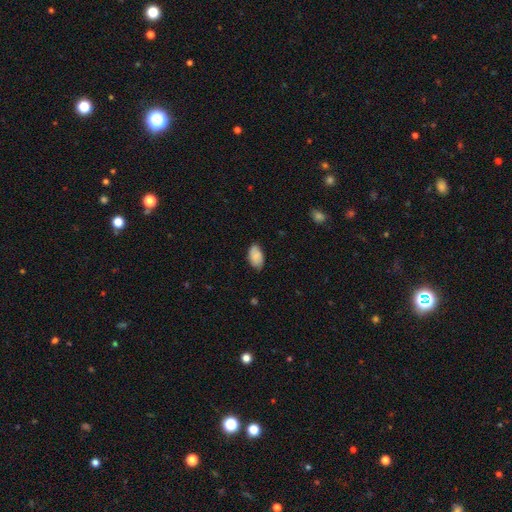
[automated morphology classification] A smooth galaxy with no disk features (83%) that is in between round and cigar-shaped (94%).

Vote fractions:
- Smooth or featured? smooth: 83% / featured or disk: 10% / star or artifact: 7%
- How rounded? in between: 94% / round: 4% / cigar-shaped: 2%
- Merging? none: 76% / minor disturbance: 20% / major disturbance: 3% / merger: 1%